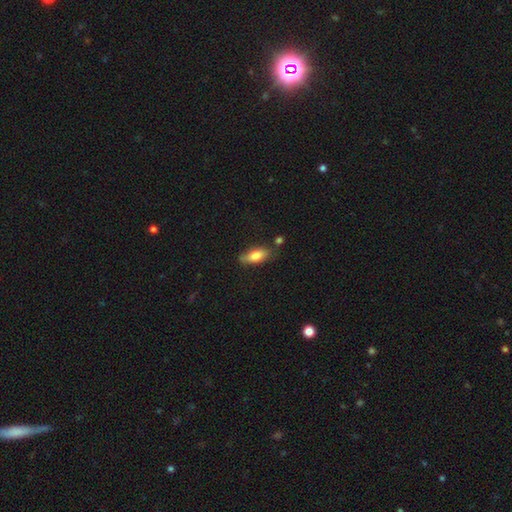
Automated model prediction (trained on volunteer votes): Morphology: type=smooth (77%); roundness=in between (78%); merging=none (65%).